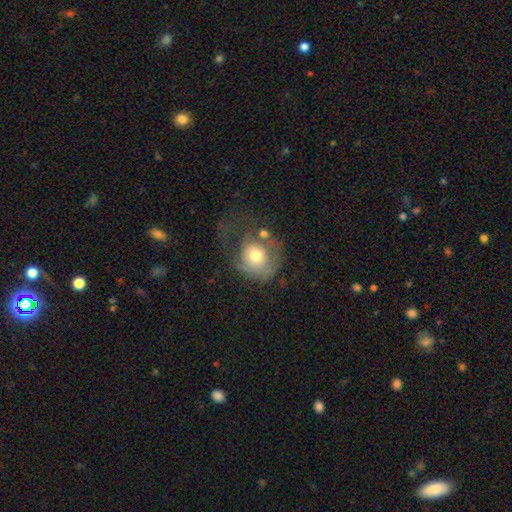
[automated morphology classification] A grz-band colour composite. It shows a smooth galaxy with no disk features (57%) that is round (72%). Merging: major disturbance (41%).